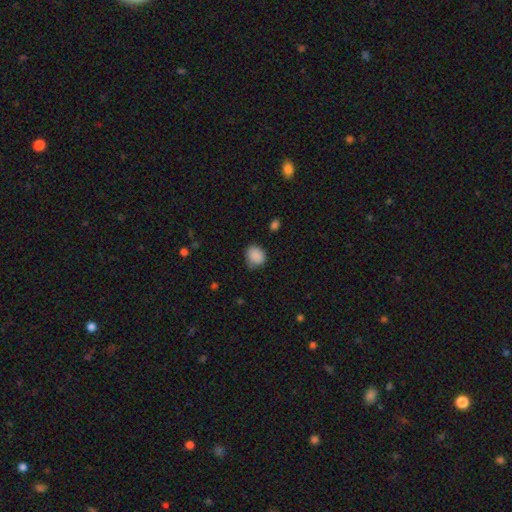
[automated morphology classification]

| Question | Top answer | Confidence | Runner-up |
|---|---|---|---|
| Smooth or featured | smooth | 88% | star or artifact (8%) |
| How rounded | round | 65% | in between (34%) |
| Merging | none | 72% | minor disturbance (22%) |